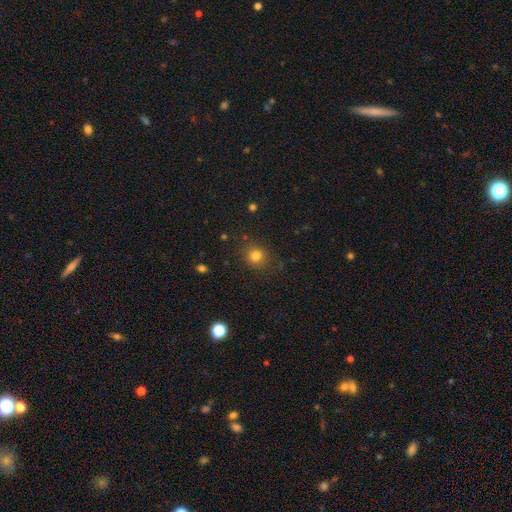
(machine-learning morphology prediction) Smooth or featured? smooth (81%)
How rounded? round (87%)
Merging? none (87%)